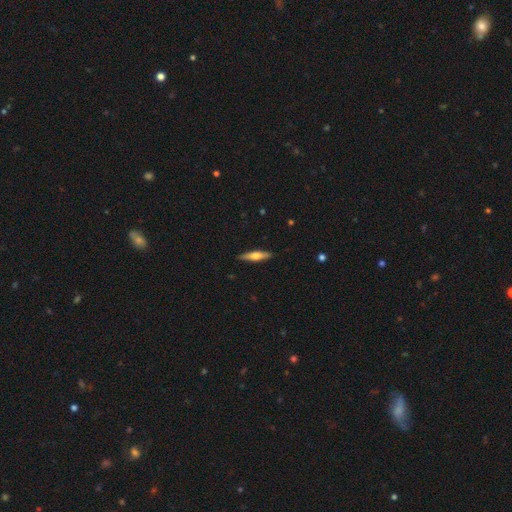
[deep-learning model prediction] smooth_or_featured: featured or disk (p=0.55) [alt: smooth p=0.39]
disk_edge_on: yes (p=0.95) [alt: no p=0.05]
edge_on_bulge: rounded (p=0.90) [alt: boxy p=0.07]
merging: none (p=0.89) [alt: minor disturbance p=0.08]